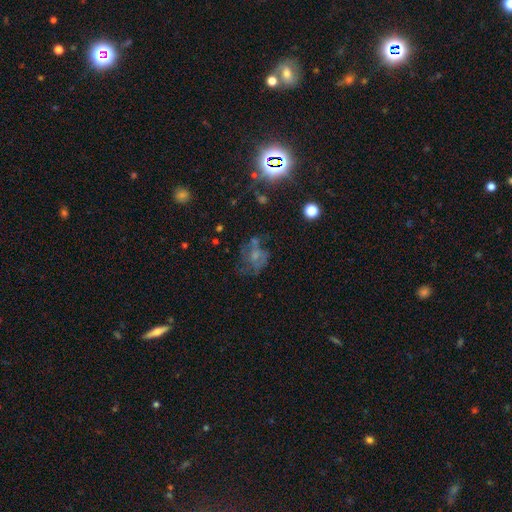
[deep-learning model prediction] A featured or disk galaxy (47%). Merging: none (37%).